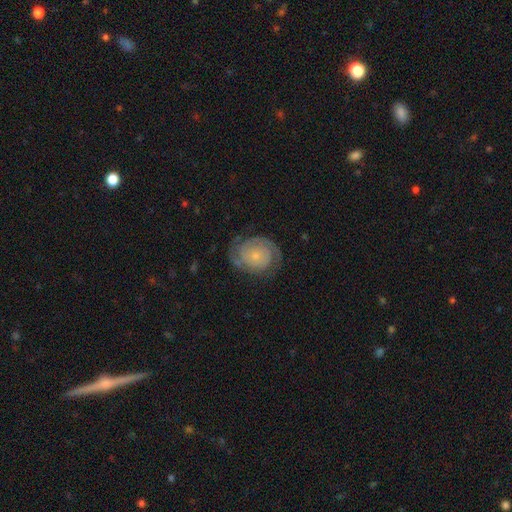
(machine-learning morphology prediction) featured or disk 79%, smooth 15%, star or artifact 6%. Down the decision tree: edge-on disk — no (98%); bar — no (80%); spiral arms — yes (93%); spiral arm count — 2 (71%); spiral winding — tight (67%); bulge size — small (75%); merging — none (75%).